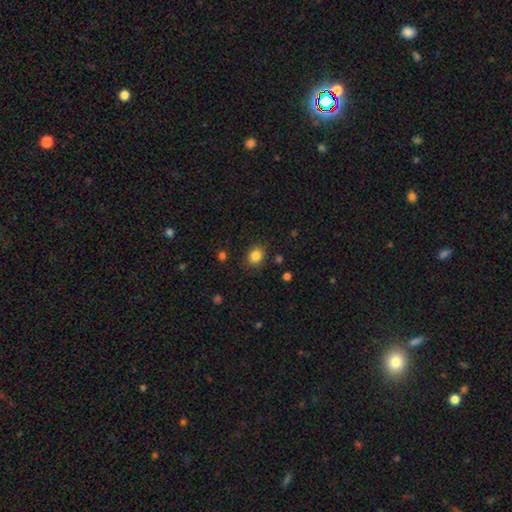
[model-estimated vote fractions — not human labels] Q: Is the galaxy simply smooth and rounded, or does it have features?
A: smooth — 85%.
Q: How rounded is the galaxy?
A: round — 60%.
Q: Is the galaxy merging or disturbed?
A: none — 84%.